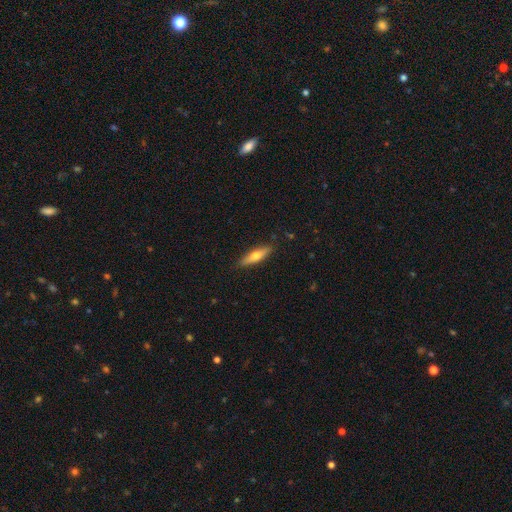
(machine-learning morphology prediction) Smooth or featured? Predicted: smooth (p=0.59). How rounded? Predicted: cigar-shaped (p=0.69). Merging? Predicted: none (p=0.87).